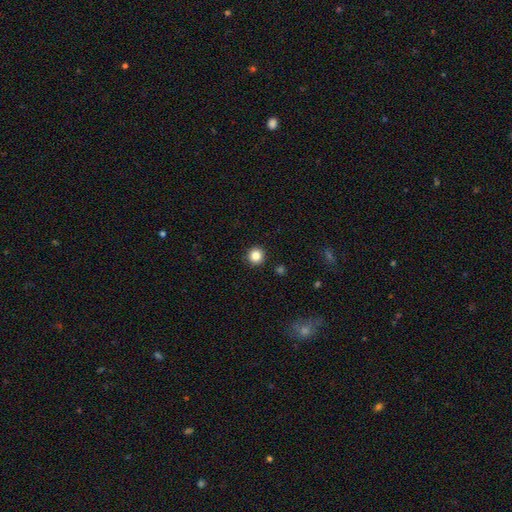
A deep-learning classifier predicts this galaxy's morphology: A smooth galaxy with no disk features (85%) that is round (94%).

Vote fractions:
- Smooth or featured? smooth: 85% / star or artifact: 11% / featured or disk: 4%
- How rounded? round: 94% / in between: 5% / cigar-shaped: 1%
- Merging? none: 92% / minor disturbance: 5% / major disturbance: 2% / merger: 1%